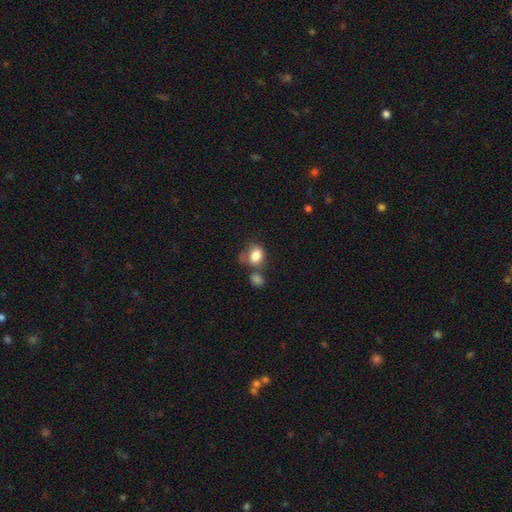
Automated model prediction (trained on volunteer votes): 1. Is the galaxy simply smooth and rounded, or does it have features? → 81% smooth, 10% featured or disk, 9% star or artifact.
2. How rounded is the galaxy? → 60% in between, 39% round, 1% cigar-shaped.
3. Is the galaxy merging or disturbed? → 35% none, 28% merger, 23% minor disturbance, 14% major disturbance.